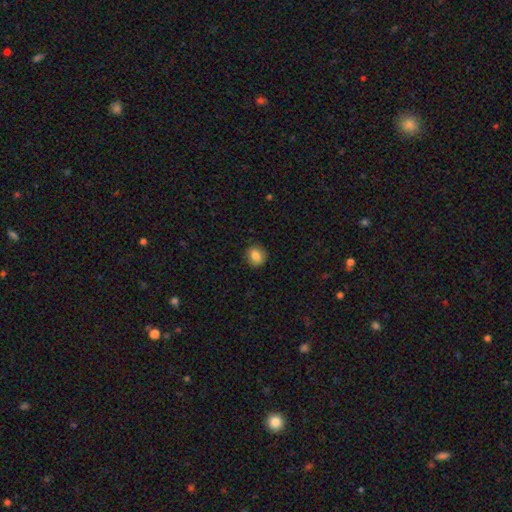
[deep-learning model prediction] Smooth or featured?
  - smooth: 86% *
  - star or artifact: 9%
  - featured or disk: 5%
How rounded?
  - round: 71% *
  - in between: 28%
  - cigar-shaped: 1%
Merging?
  - none: 86% *
  - minor disturbance: 10%
  - major disturbance: 2%
  - merger: 1%